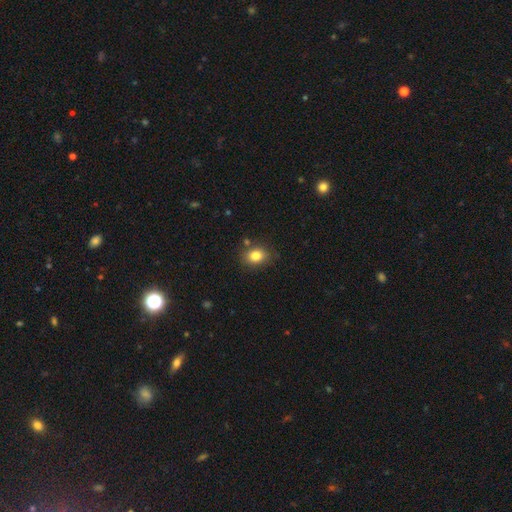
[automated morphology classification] Overall: smooth (82%). How rounded: in between (56%; round 43%). Merging: none (80%).